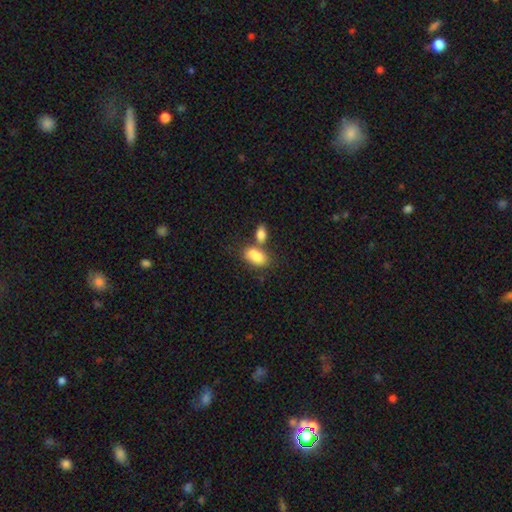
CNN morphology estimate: The model was most divided on "merging": merger: 49%, none: 35%, minor disturbance: 11%, major disturbance: 5%. More confident: how rounded — in between (89%); smooth or featured — smooth (82%).